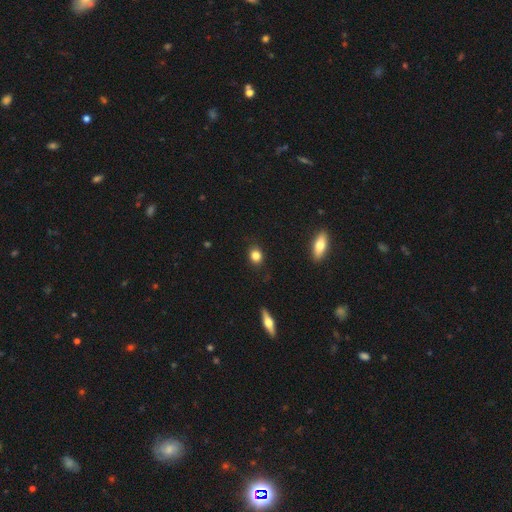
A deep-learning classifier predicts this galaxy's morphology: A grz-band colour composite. It shows a smooth galaxy with no disk features (84%) that is round (70%). Merging: none (87%).